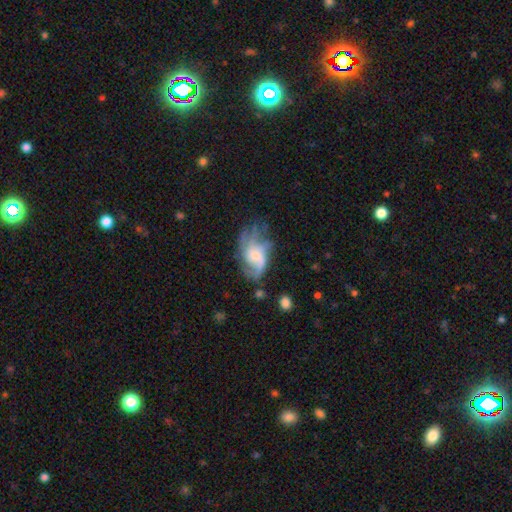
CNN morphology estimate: Q: Smooth or featured?
A: featured or disk (69%); runner-up: smooth (23%)
Q: Edge-on disk?
A: no (97%); runner-up: yes (3%)
Q: Bar?
A: no (64%); runner-up: weak (31%)
Q: Spiral arms?
A: yes (84%); runner-up: no (16%)
Q: Spiral winding?
A: loose (45%); runner-up: medium (38%)
Q: Spiral arm count?
A: 2 (33%); runner-up: can't tell (31%)
Q: Bulge size?
A: small (42%); runner-up: moderate (34%)
Q: Merging?
A: none (41%); runner-up: major disturbance (31%)